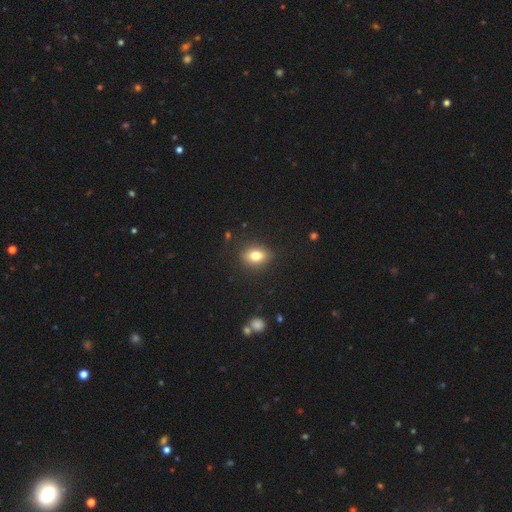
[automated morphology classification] Smooth or featured? Predicted: smooth (p=0.76). How rounded? Predicted: in between (p=0.65). Merging? Predicted: none (p=0.85).